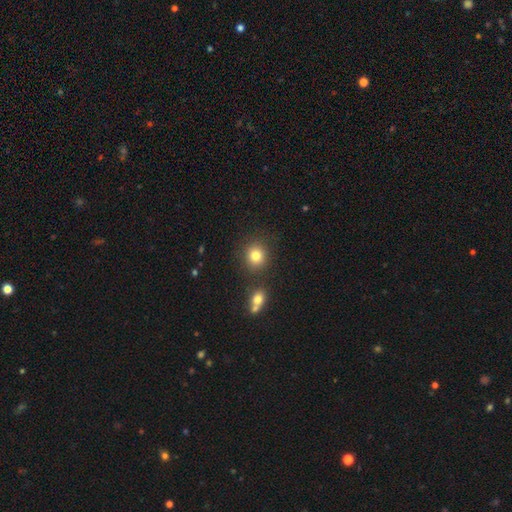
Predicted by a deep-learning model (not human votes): This appears to be a smooth galaxy with no disk features (81%) that is round (87%). Merging: none (84%).